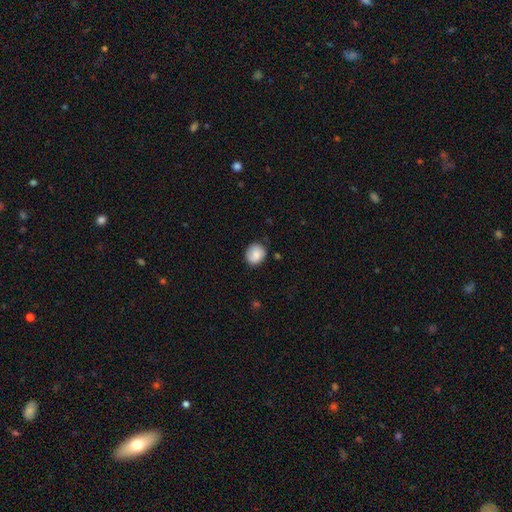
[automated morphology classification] Smooth or featured?
  - smooth: 78% *
  - featured or disk: 14%
  - star or artifact: 8%
How rounded?
  - round: 81% *
  - in between: 18%
  - cigar-shaped: 1%
Merging?
  - none: 80% *
  - minor disturbance: 16%
  - major disturbance: 3%
  - merger: 1%